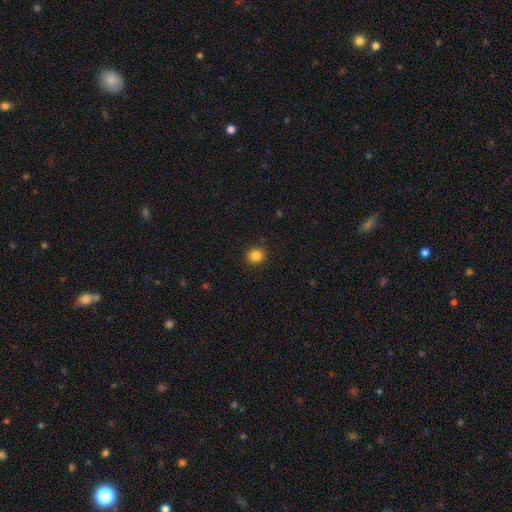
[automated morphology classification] type=smooth (84%); roundness=round (86%); merging=none (91%).